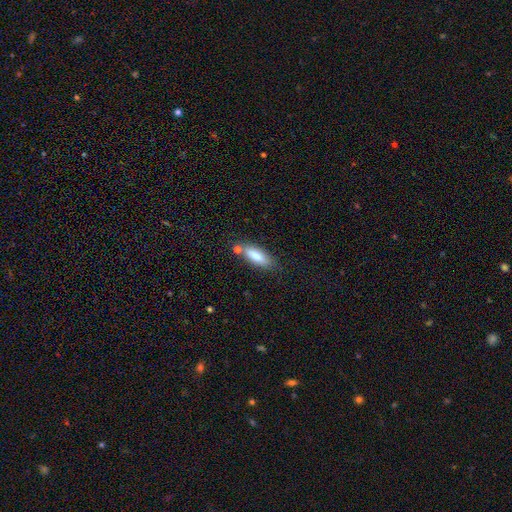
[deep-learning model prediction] A smooth galaxy with no disk features (83%) that is in between round and cigar-shaped (64%).

Vote fractions:
- Smooth or featured? smooth: 83% / featured or disk: 10% / star or artifact: 7%
- How rounded? in between: 64% / cigar-shaped: 34% / round: 2%
- Merging? none: 70% / minor disturbance: 15% / merger: 11% / major disturbance: 4%